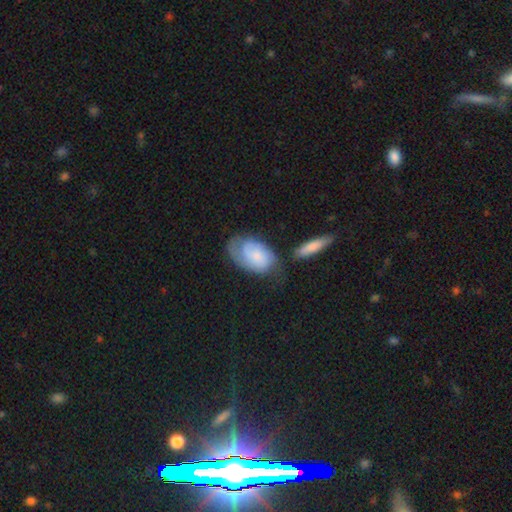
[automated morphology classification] Smooth or featured?
  - smooth: 49% *
  - featured or disk: 45%
  - star or artifact: 7%
Merging?
  - none: 42% *
  - minor disturbance: 26%
  - major disturbance: 18%
  - merger: 14%